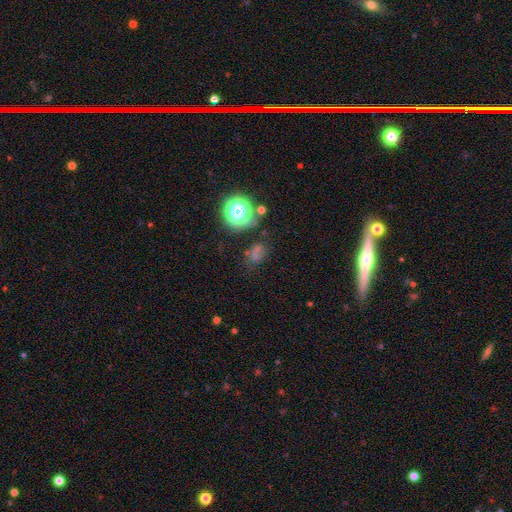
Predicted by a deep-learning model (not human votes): A star or artifact, not a galaxy (42%).

Vote fractions:
- Smooth or featured? star or artifact: 42% / smooth: 39% / featured or disk: 20%